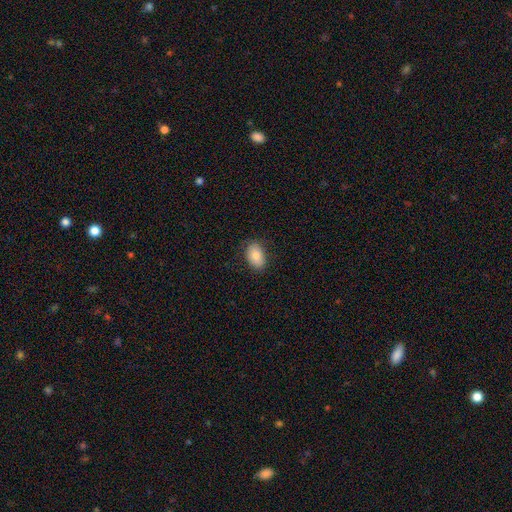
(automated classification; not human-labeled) Smooth or featured? smooth (86%)
How rounded? in between (89%)
Merging? none (83%)